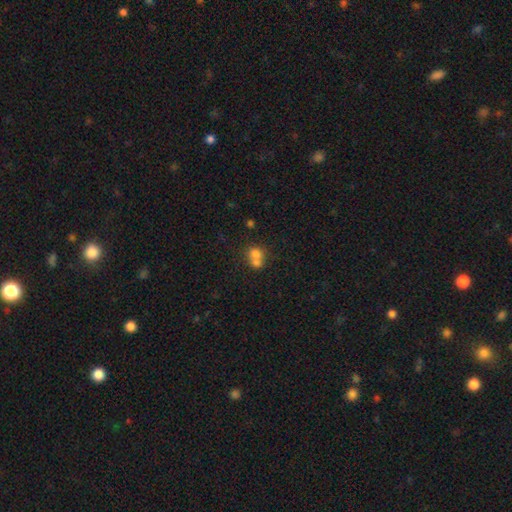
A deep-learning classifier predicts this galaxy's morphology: smooth 73%, featured or disk 15%, star or artifact 12%. Down the decision tree: how rounded — round (74%); merging — merger (63%).